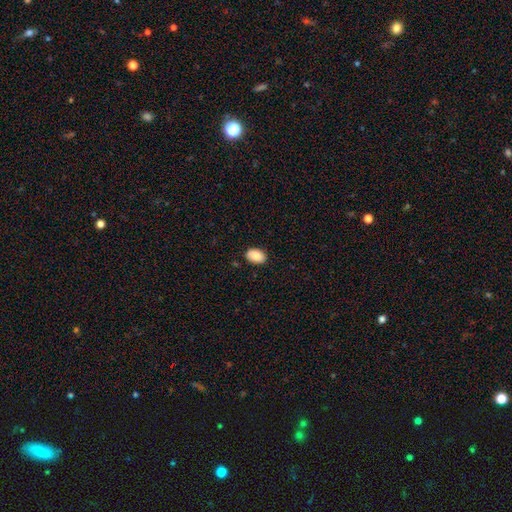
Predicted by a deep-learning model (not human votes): Smooth or featured? smooth (89%)
How rounded? in between (88%)
Merging? none (88%)